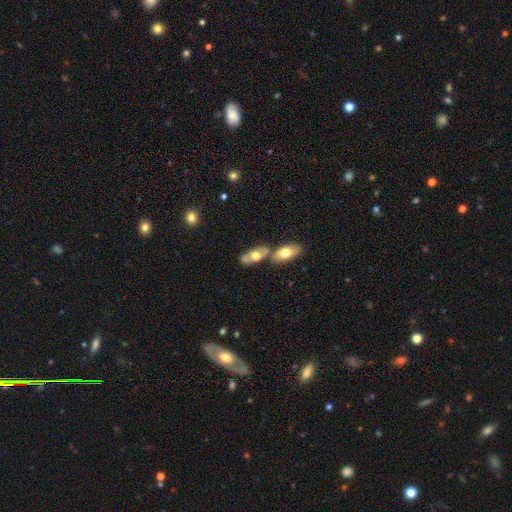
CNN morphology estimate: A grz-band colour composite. It shows a smooth galaxy with no disk features (53%) that is in between round and cigar-shaped (84%). Merging: none (50%).